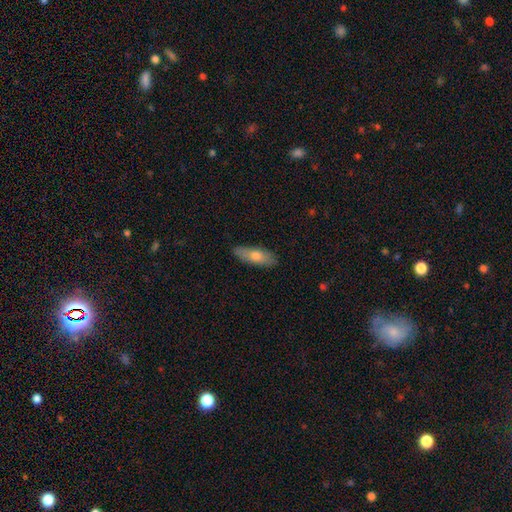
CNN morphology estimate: Overall: smooth (68%). How rounded: in between (58%; cigar-shaped 40%). Merging: none (85%).